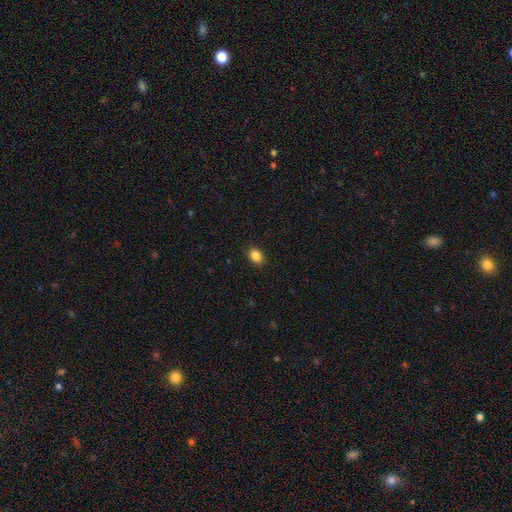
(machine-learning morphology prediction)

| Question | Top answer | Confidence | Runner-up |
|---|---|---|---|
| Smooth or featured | smooth | 87% | star or artifact (9%) |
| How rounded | in between | 68% | round (31%) |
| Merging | none | 88% | minor disturbance (9%) |